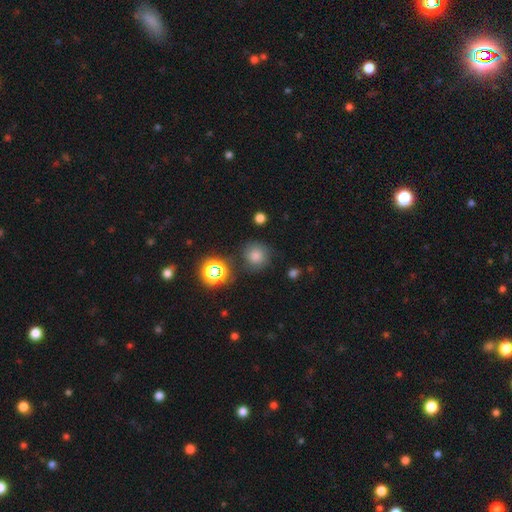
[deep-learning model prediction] Smooth or featured: smooth — 74% (star or artifact — 18%)
How rounded: round — 91% (in between — 8%)
Merging: none — 76% (minor disturbance — 15%)